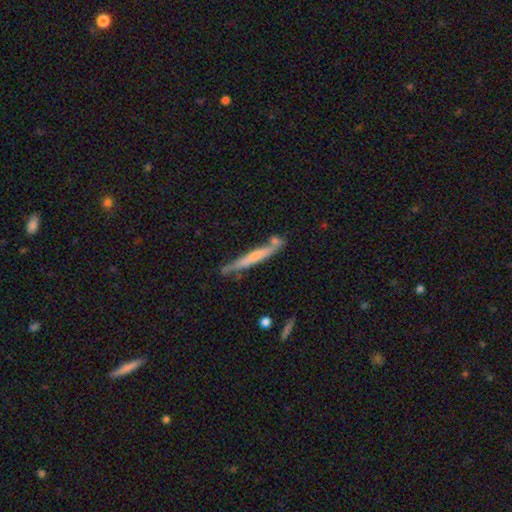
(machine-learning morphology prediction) Overall: featured or disk (56%; smooth 37%). Edge-on disk: yes (94%). Edge-on bulge: none (55%; rounded 34%). Merging: none (74%).